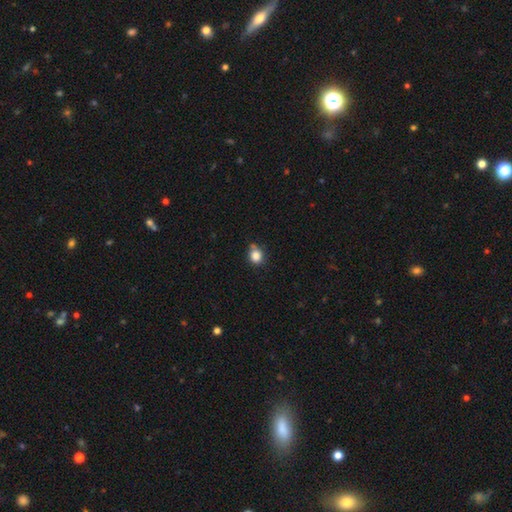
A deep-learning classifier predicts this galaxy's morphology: Smooth or featured? Predicted: smooth (p=0.84). How rounded? Predicted: round (p=0.76). Merging? Predicted: none (p=0.63).